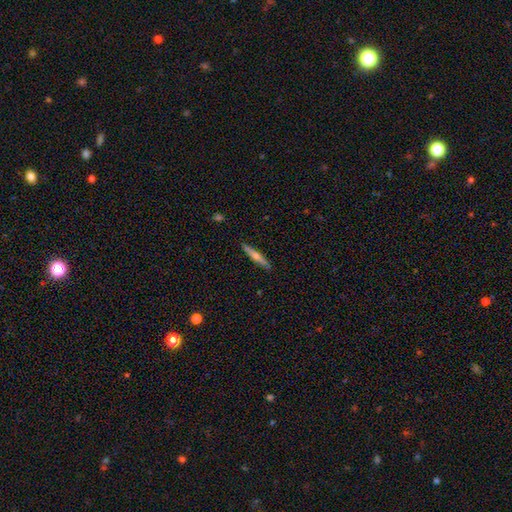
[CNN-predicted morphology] smooth-or-featured: featured or disk: 55% | smooth: 39% | star or artifact: 6%
  disk-edge-on: yes: 95% | no: 5%
    edge-on-bulge: rounded: 84% | none: 13% | boxy: 3%
  merging: none: 89% | minor disturbance: 8% | major disturbance: 1% | merger: 1%